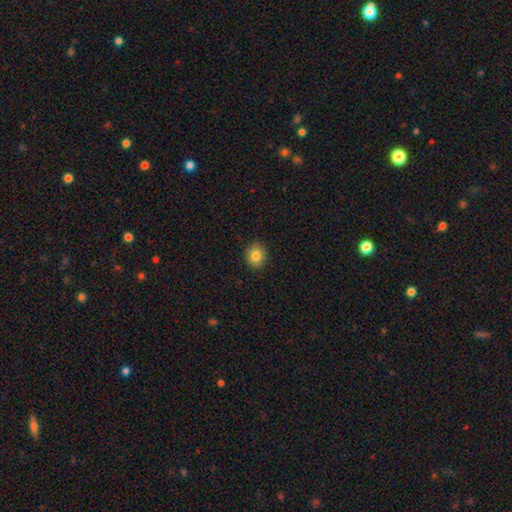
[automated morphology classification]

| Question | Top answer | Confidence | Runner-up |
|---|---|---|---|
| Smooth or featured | smooth | 82% | star or artifact (10%) |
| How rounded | round | 79% | in between (21%) |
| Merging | none | 91% | minor disturbance (7%) |